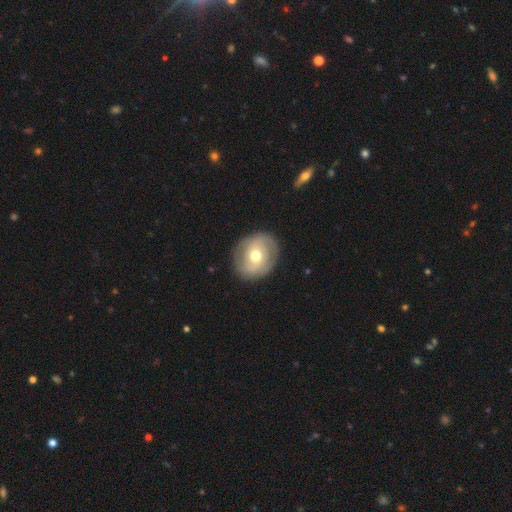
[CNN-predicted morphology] Smooth or featured?
  - featured or disk: 49% *
  - smooth: 44%
  - star or artifact: 7%
Merging?
  - none: 84% *
  - minor disturbance: 11%
  - major disturbance: 4%
  - merger: 1%